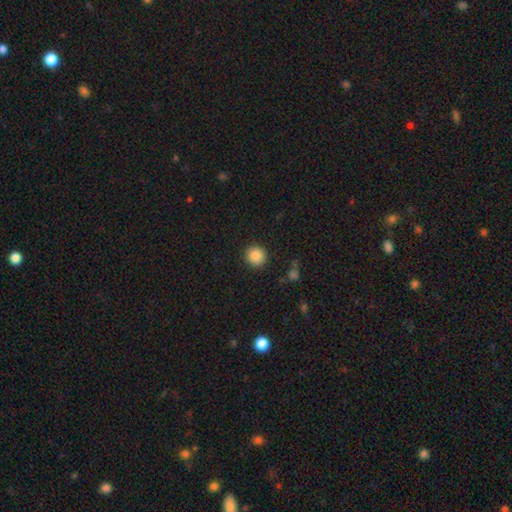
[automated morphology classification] The model was most divided on "smooth or featured": smooth: 88%, star or artifact: 9%, featured or disk: 3%. More confident: how rounded — round (93%); merging — none (90%).